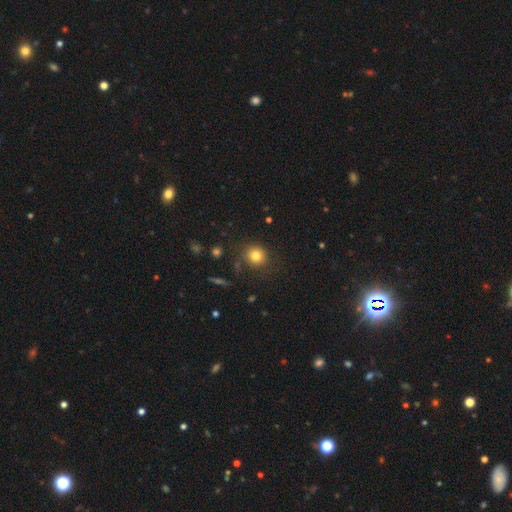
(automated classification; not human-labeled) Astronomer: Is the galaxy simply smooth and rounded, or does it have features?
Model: smooth — 80%.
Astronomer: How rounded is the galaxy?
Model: round — 88%.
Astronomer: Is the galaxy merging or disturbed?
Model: none — 82%.